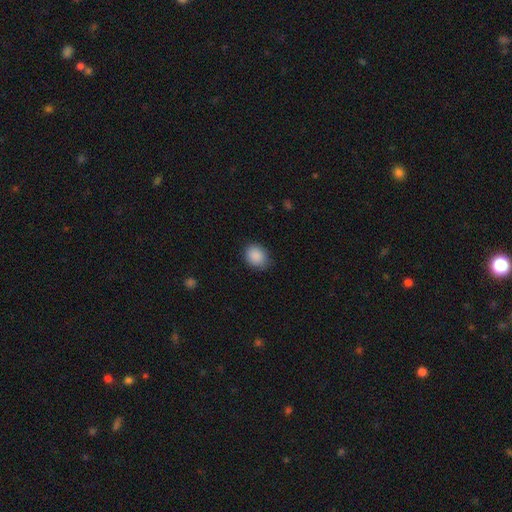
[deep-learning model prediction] Q: Smooth or featured?
A: smooth (89%); runner-up: star or artifact (8%)
Q: How rounded?
A: round (57%); runner-up: in between (42%)
Q: Merging?
A: none (82%); runner-up: minor disturbance (14%)